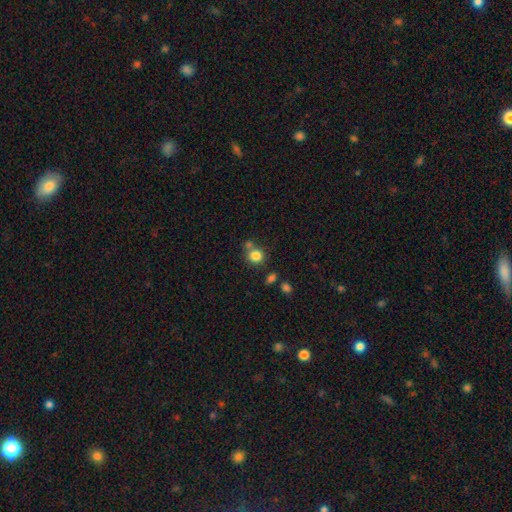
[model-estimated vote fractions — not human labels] Morphology: type=smooth (82%); roundness=round (84%); merging=none (63%).